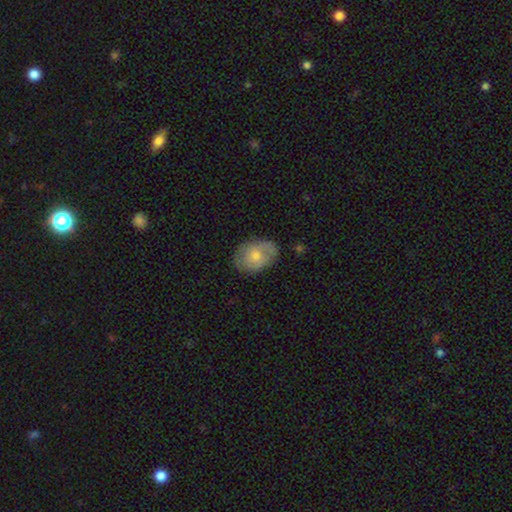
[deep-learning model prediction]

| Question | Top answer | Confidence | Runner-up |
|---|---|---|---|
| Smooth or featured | smooth | 61% | featured or disk (32%) |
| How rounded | in between | 75% | round (24%) |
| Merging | none | 68% | minor disturbance (24%) |